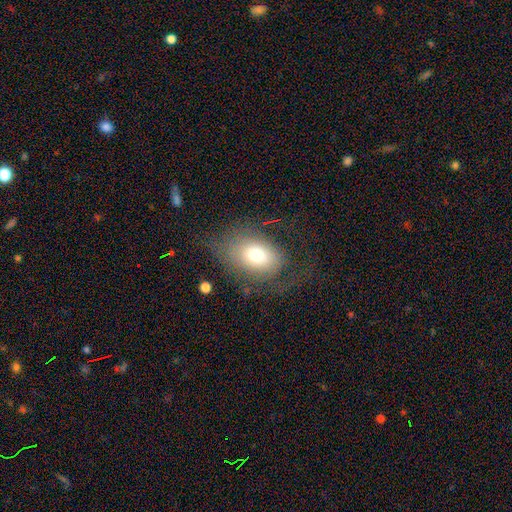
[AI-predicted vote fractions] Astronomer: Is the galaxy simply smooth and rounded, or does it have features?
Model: smooth — 64%.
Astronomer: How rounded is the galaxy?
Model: in between — 79%.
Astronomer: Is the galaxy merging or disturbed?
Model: none — 55%.